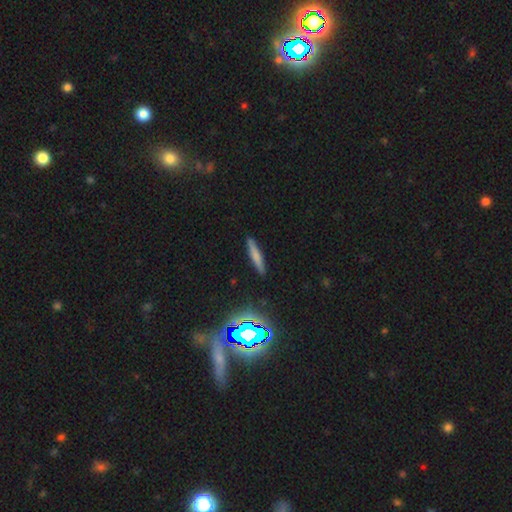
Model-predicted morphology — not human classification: The model was most divided on "smooth or featured": smooth: 66%, featured or disk: 22%, star or artifact: 12%. More confident: how rounded — cigar-shaped (90%); merging — none (89%).